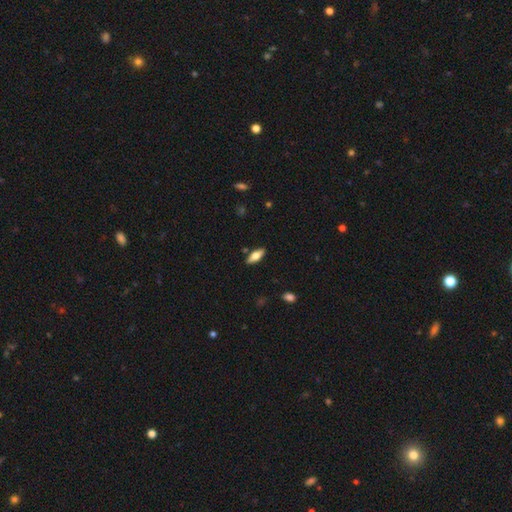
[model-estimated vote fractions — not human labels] smooth-or-featured: smooth: 57% | featured or disk: 36% | star or artifact: 7%
  how-rounded: in between: 68% | cigar-shaped: 29% | round: 2%
  merging: none: 87% | minor disturbance: 9% | merger: 2% | major disturbance: 2%